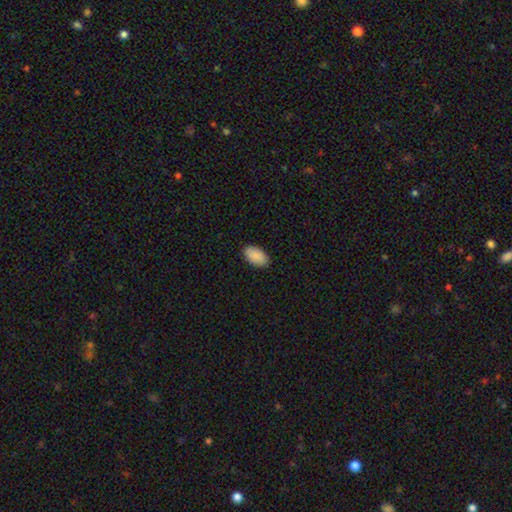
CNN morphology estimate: type=smooth (91%); roundness=in between (95%); merging=none (89%).